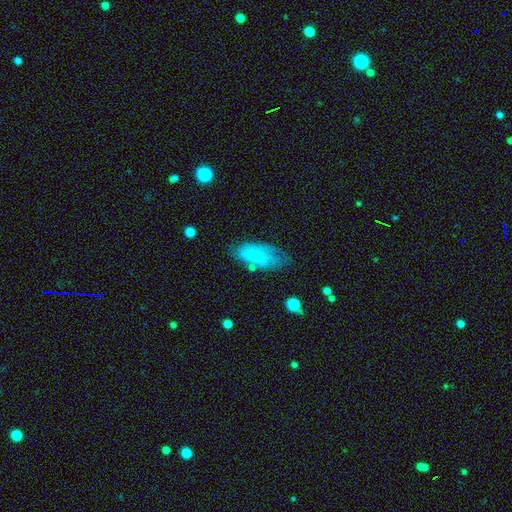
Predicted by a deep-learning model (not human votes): The model was most divided on "smooth or featured": smooth: 59%, featured or disk: 34%, star or artifact: 7%. More confident: how rounded — in between (89%); merging — none (56%).